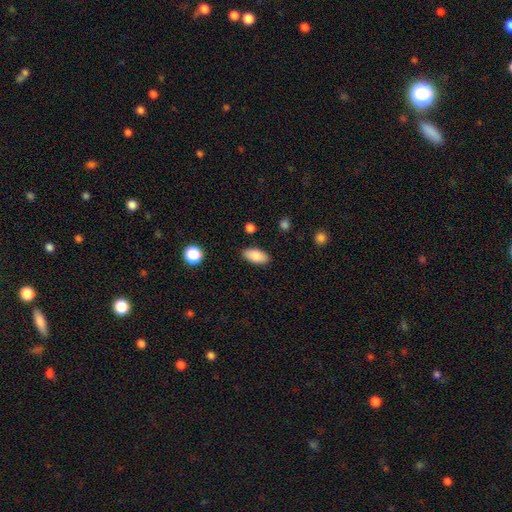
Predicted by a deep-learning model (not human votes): Smooth or featured?
  - smooth: 85% *
  - featured or disk: 8%
  - star or artifact: 7%
How rounded?
  - in between: 90% *
  - cigar-shaped: 7%
  - round: 3%
Merging?
  - none: 87% *
  - minor disturbance: 9%
  - major disturbance: 2%
  - merger: 2%